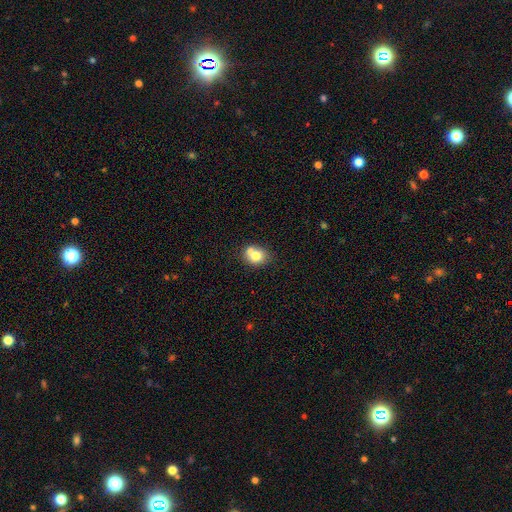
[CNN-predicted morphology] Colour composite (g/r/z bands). It shows a smooth galaxy with no disk features (73%) that is round (60%). Merging: none (45%).